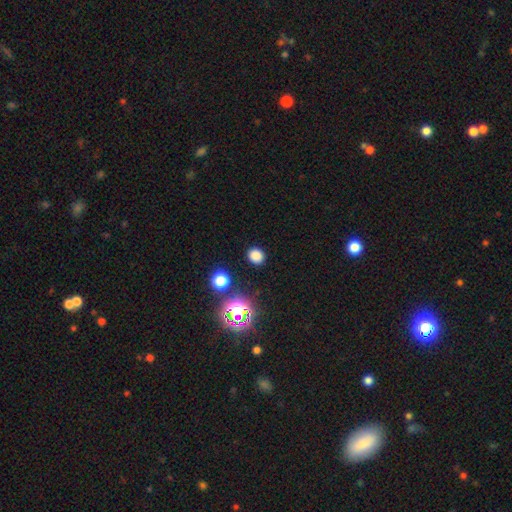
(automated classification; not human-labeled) smooth 78%, star or artifact 18%, featured or disk 4%. Down the decision tree: how rounded — round (77%); merging — none (89%).